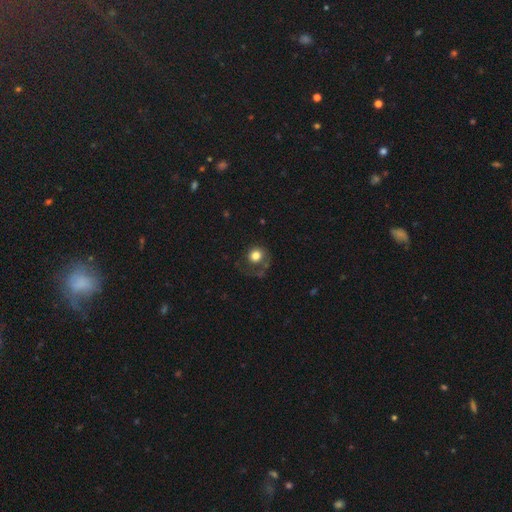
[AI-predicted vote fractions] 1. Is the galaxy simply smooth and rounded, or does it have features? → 71% smooth, 20% featured or disk, 9% star or artifact.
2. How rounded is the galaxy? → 83% round, 16% in between, 1% cigar-shaped.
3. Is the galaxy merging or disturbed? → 47% none, 32% major disturbance, 17% minor disturbance, 3% merger.